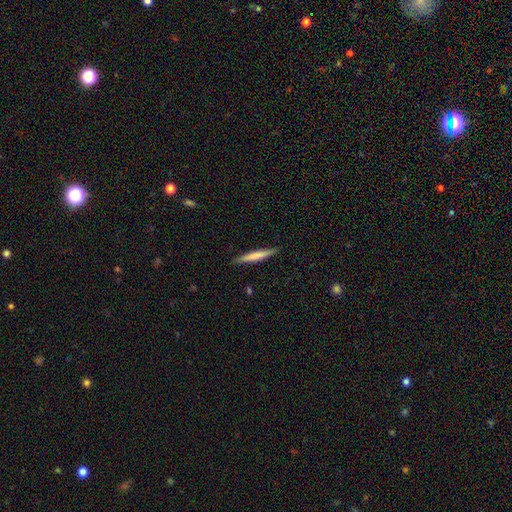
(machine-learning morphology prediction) Overall: smooth (64%; featured or disk 31%). How rounded: cigar-shaped (95%). Merging: none (90%).